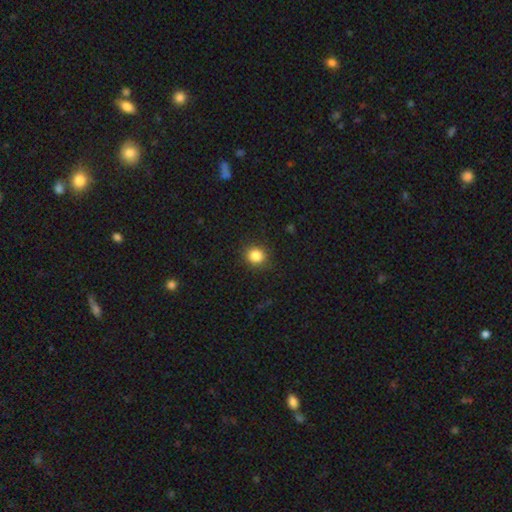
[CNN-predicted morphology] A smooth galaxy with no disk features (84%) that is round (85%).

Vote fractions:
- Smooth or featured? smooth: 84% / star or artifact: 11% / featured or disk: 4%
- How rounded? round: 85% / in between: 14% / cigar-shaped: 1%
- Merging? none: 89% / minor disturbance: 8% / major disturbance: 2% / merger: 1%